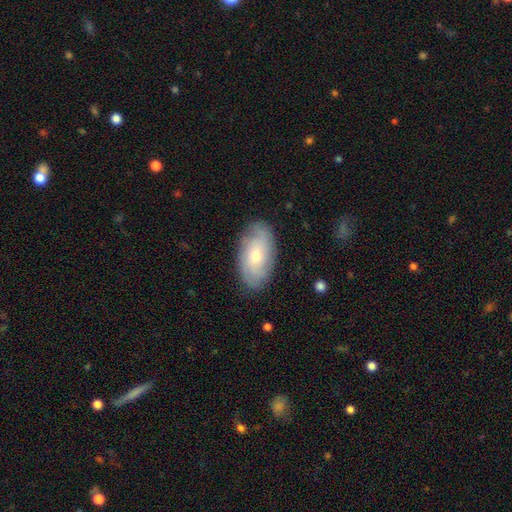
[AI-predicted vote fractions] Smooth or featured?
  - featured or disk: 51% *
  - smooth: 42%
  - star or artifact: 7%
Edge-on disk?
  - no: 90% *
  - yes: 10%
Merging?
  - none: 83% *
  - minor disturbance: 13%
  - major disturbance: 3%
  - merger: 1%